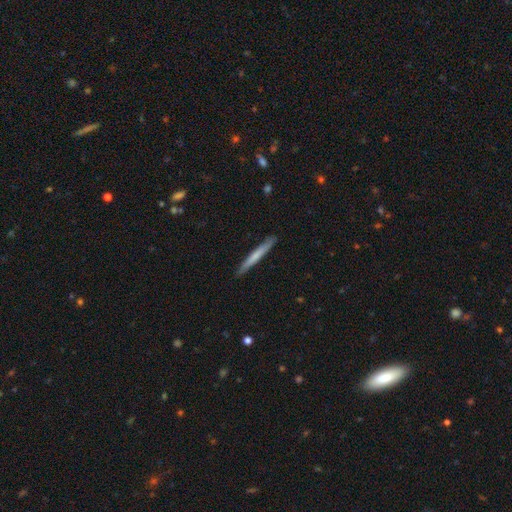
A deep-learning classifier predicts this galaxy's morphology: Overall: smooth (60%; featured or disk 35%). How rounded: cigar-shaped (96%). Merging: none (90%).